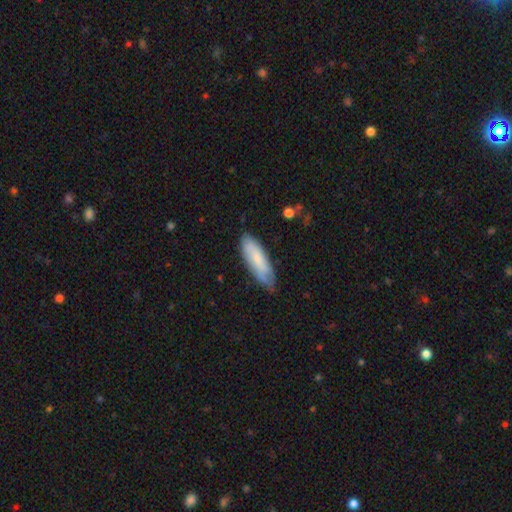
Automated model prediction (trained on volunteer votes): Overall: smooth (70%). How rounded: in between (54%; cigar-shaped 44%). Merging: none (67%).